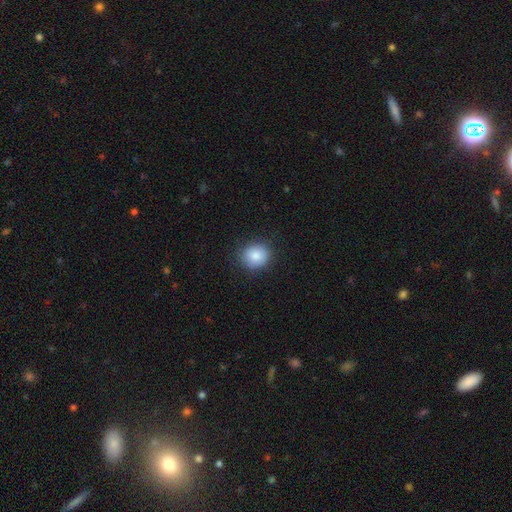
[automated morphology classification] A smooth galaxy with no disk features (85%) that is round (80%).

Vote fractions:
- Smooth or featured? smooth: 85% / star or artifact: 8% / featured or disk: 6%
- How rounded? round: 80% / in between: 20% / cigar-shaped: 1%
- Merging? none: 86% / minor disturbance: 11% / major disturbance: 3% / merger: 1%